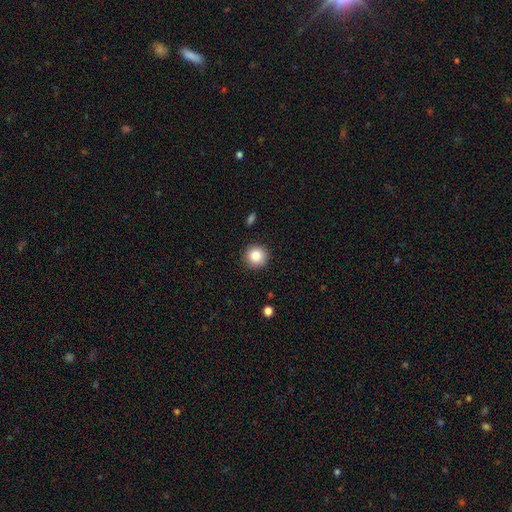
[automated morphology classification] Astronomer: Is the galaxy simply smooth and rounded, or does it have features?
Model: smooth — 86%.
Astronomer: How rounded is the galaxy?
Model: round — 94%.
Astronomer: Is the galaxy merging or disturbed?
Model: none — 91%.